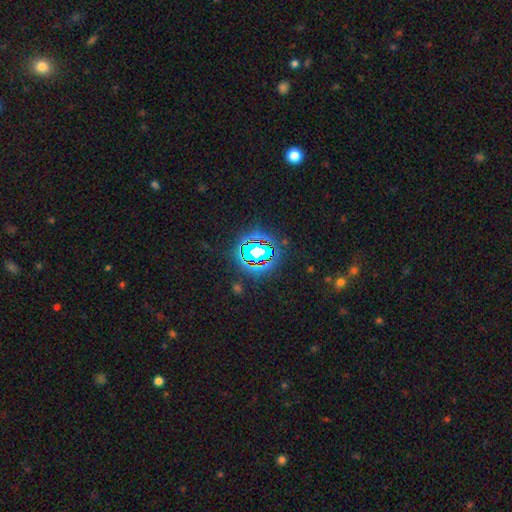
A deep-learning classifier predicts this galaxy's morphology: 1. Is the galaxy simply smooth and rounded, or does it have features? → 78% star or artifact, 14% smooth, 8% featured or disk.